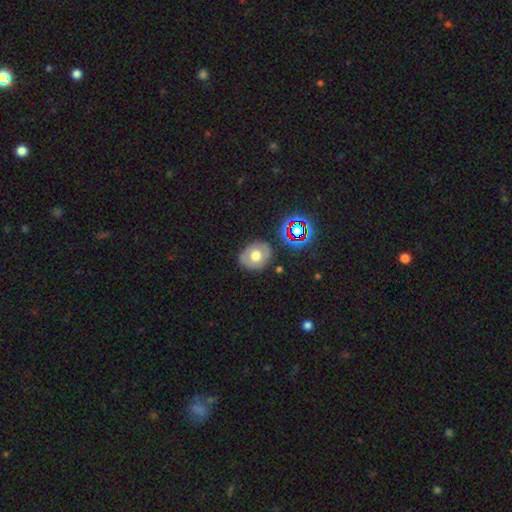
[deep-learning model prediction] This appears to be a smooth galaxy with no disk features (56%) that is round (57%). Merging: none (79%).